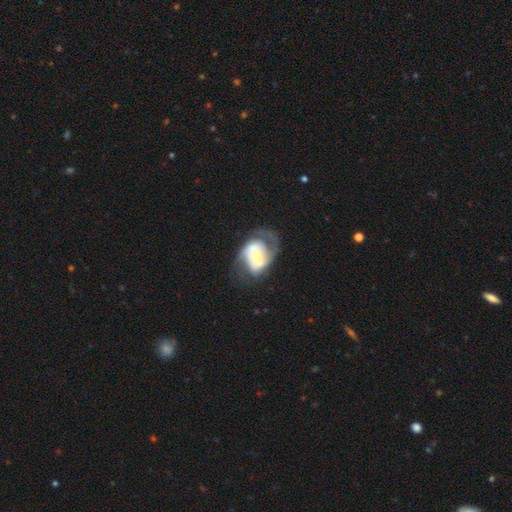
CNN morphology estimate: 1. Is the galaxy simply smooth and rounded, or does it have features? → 78% featured or disk, 16% smooth, 6% star or artifact.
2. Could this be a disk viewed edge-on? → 97% no, 3% yes.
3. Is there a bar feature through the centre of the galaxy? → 40% weak, 35% no, 26% strong.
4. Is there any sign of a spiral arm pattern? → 90% yes, 10% no.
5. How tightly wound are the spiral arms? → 47% medium, 27% loose, 27% tight.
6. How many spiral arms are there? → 72% 2, 11% can't tell, 8% 1, 5% 3, 2% 4, 2% more than 4.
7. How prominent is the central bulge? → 50% small, 29% moderate, 11% large, 7% none, 3% dominant.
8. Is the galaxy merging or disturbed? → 50% none, 26% major disturbance, 20% minor disturbance, 3% merger.